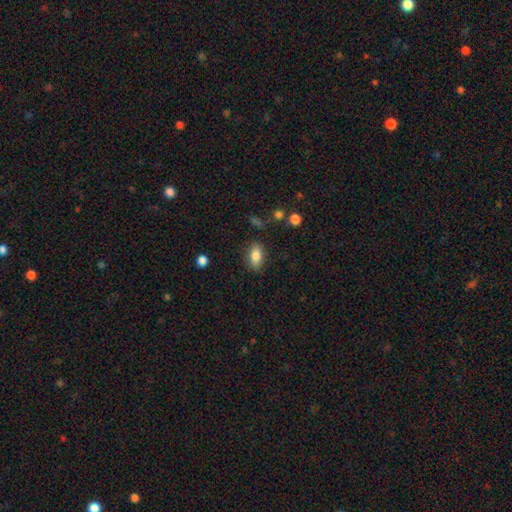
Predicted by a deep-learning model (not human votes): The model was most divided on "merging": none: 84%, minor disturbance: 11%, major disturbance: 3%, merger: 2%. More confident: how rounded — in between (87%); smooth or featured — smooth (83%).